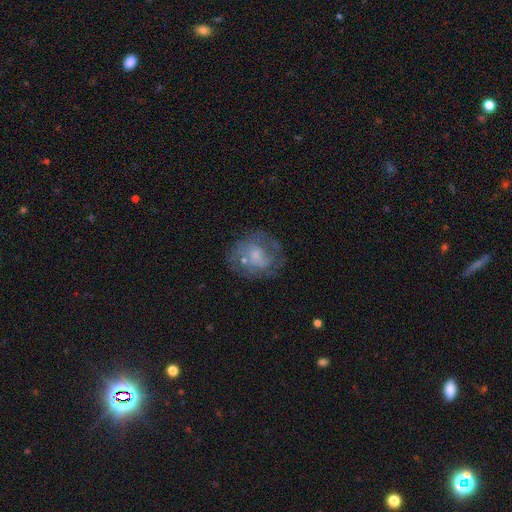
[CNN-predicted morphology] Smooth or featured? Predicted: featured or disk (p=0.61). Edge-on disk? Predicted: no (p=0.98). Bar? Predicted: no (p=0.70). Spiral arms? Predicted: yes (p=0.63). Bulge size? Predicted: small (p=0.38). Merging? Predicted: none (p=0.61).